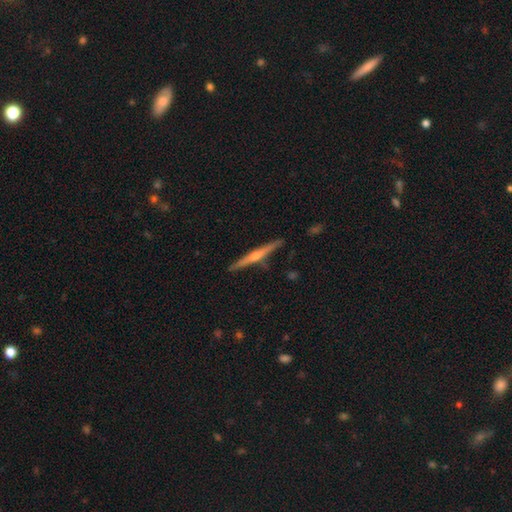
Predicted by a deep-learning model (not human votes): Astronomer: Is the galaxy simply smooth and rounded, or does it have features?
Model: featured or disk — 74%.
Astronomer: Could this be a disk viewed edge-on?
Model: yes — 98%.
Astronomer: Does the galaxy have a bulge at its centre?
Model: rounded — 81%.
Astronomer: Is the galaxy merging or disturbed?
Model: none — 89%.